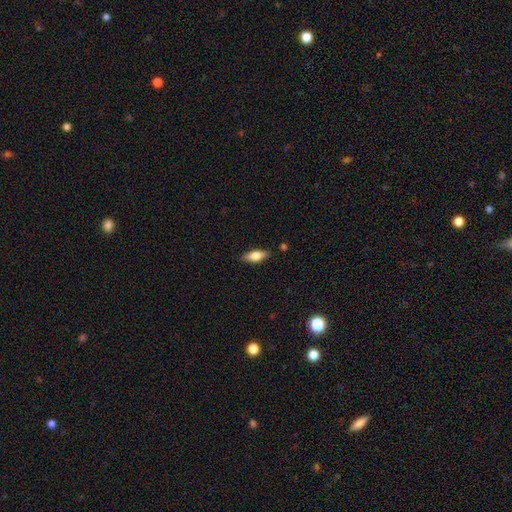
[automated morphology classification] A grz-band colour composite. It shows a smooth galaxy with no disk features (71%) that is in between round and cigar-shaped (75%). Merging: none (85%).